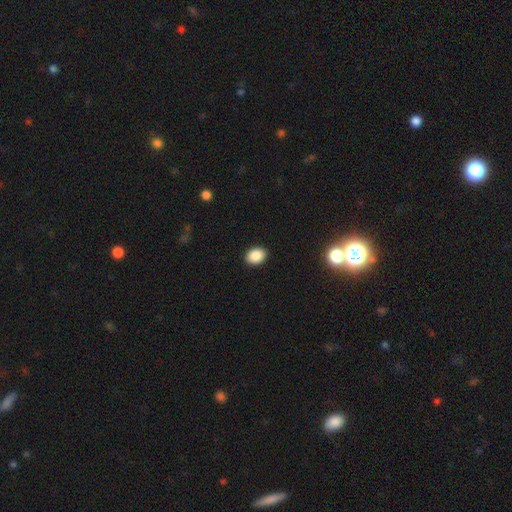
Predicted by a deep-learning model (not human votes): Smooth or featured? smooth (88%)
How rounded? in between (70%)
Merging? none (90%)